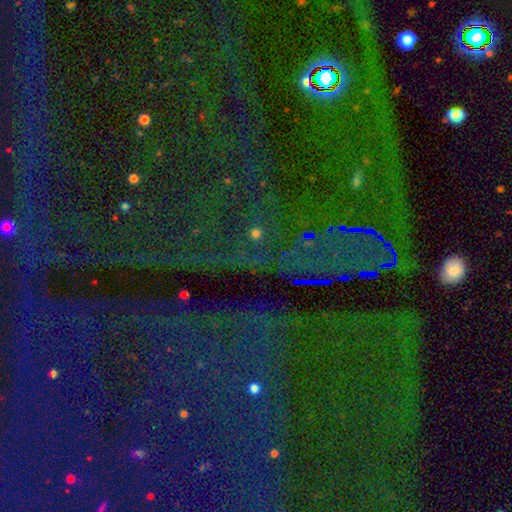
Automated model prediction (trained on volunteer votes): Morphology: type=star or artifact (85%).